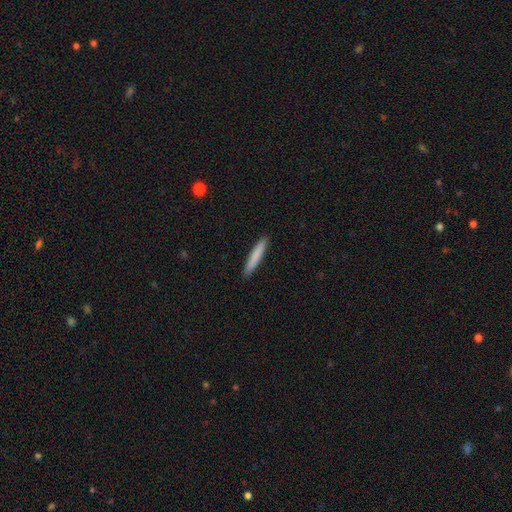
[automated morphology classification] Smooth or featured: smooth — 81% (featured or disk — 14%)
How rounded: cigar-shaped — 95% (in between — 4%)
Merging: none — 92% (minor disturbance — 5%)